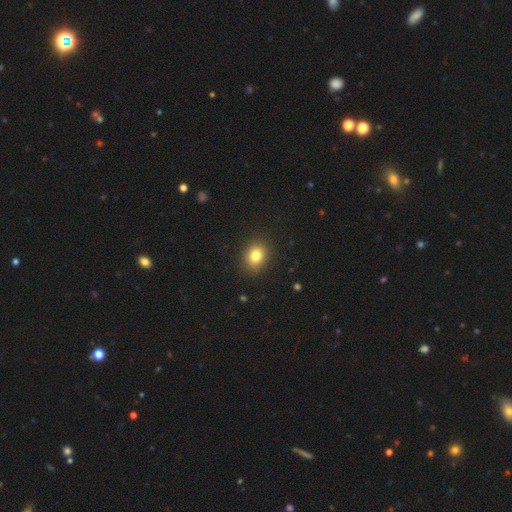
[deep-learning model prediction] The model was most divided on "how rounded": round: 55%, in between: 44%, cigar-shaped: 1%. More confident: merging — none (88%); smooth or featured — smooth (81%).